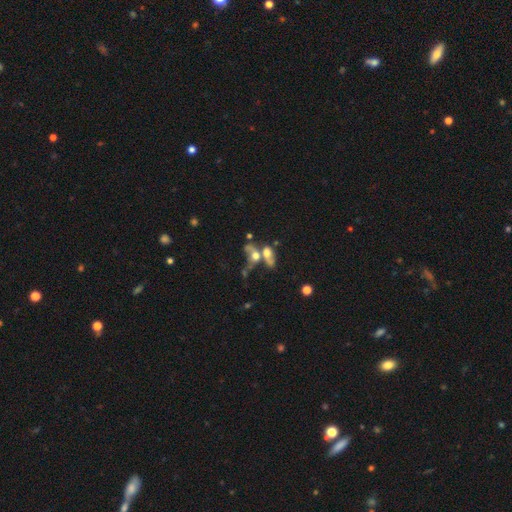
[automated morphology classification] Q: Smooth or featured?
A: smooth (45%); runner-up: featured or disk (41%)
Q: Merging?
A: merger (64%); runner-up: major disturbance (15%)